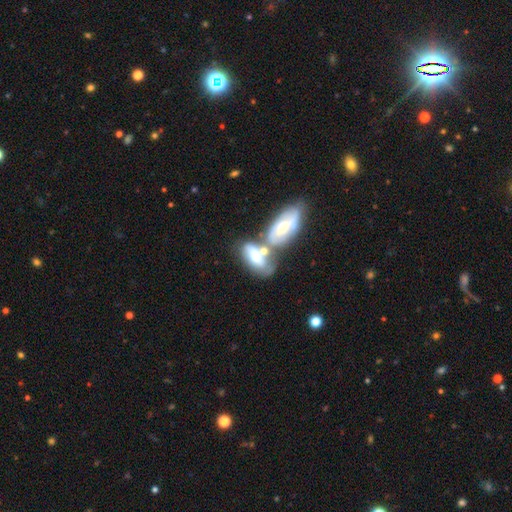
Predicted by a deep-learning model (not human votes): This is possibly a smooth galaxy (56%). How rounded: clearly in between (87%). Merging: possibly merger (58%).